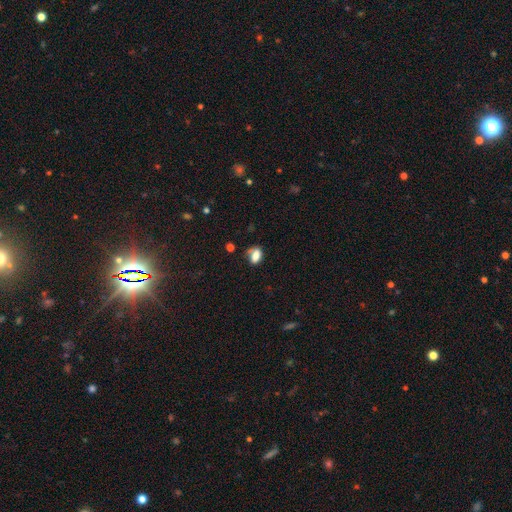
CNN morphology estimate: smooth 78%, featured or disk 11%, star or artifact 11%. Down the decision tree: how rounded — in between (82%); merging — none (50%).